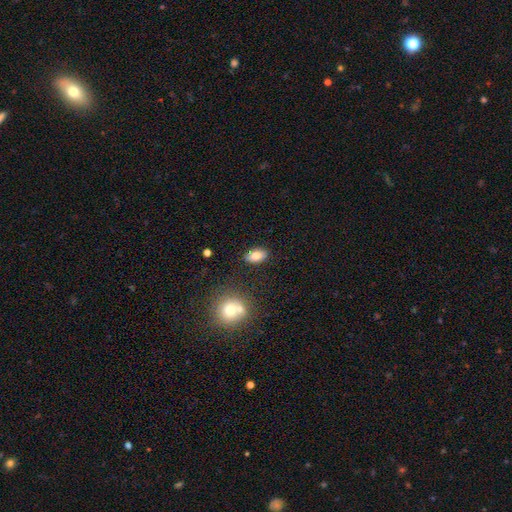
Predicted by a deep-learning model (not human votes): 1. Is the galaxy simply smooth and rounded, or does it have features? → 79% smooth, 12% featured or disk, 9% star or artifact.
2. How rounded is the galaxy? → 91% in between, 6% round, 4% cigar-shaped.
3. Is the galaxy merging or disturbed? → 86% none, 9% minor disturbance, 3% merger, 2% major disturbance.